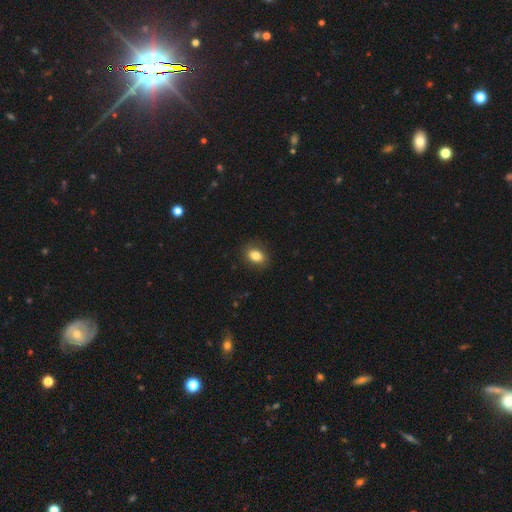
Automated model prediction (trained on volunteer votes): Morphology: type=smooth (84%); roundness=in between (76%); merging=none (86%).